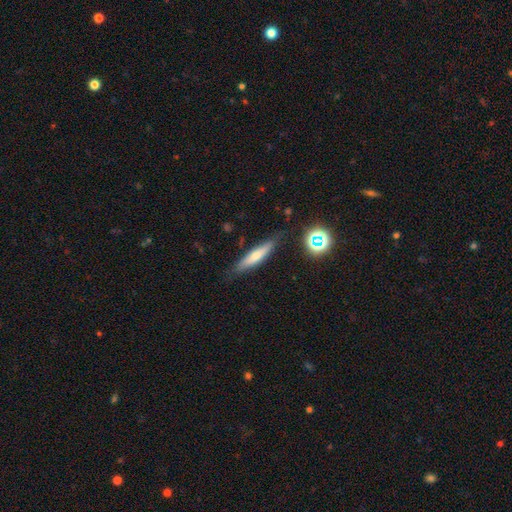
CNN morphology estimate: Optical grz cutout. It shows a smooth galaxy with no disk features (50%). Merging: none (81%).